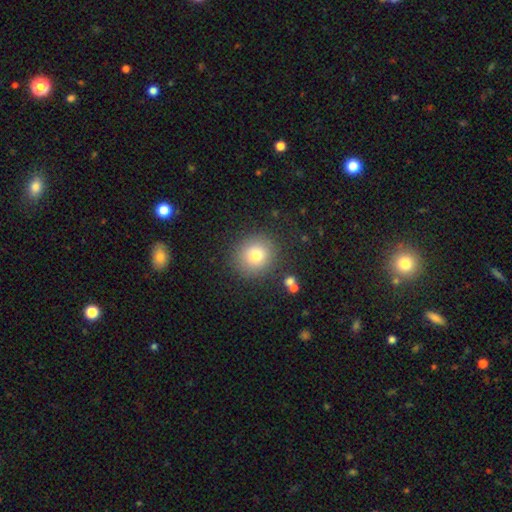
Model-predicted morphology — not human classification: The model was most divided on "smooth or featured": smooth: 76%, star or artifact: 13%, featured or disk: 11%. More confident: how rounded — round (89%); merging — none (87%).